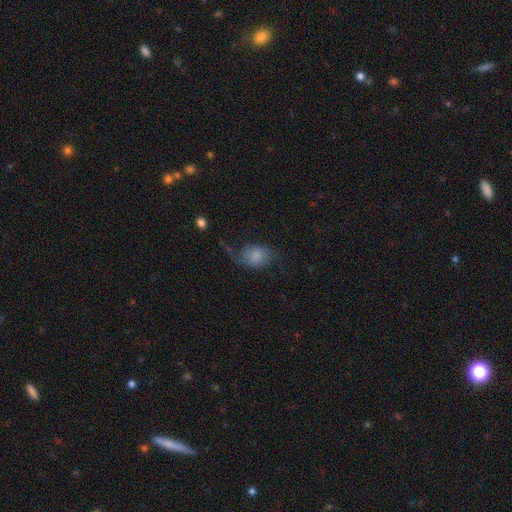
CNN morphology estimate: This appears to be a smooth galaxy with no disk features (67%) that is in between round and cigar-shaped (73%). Merging: none (38%).